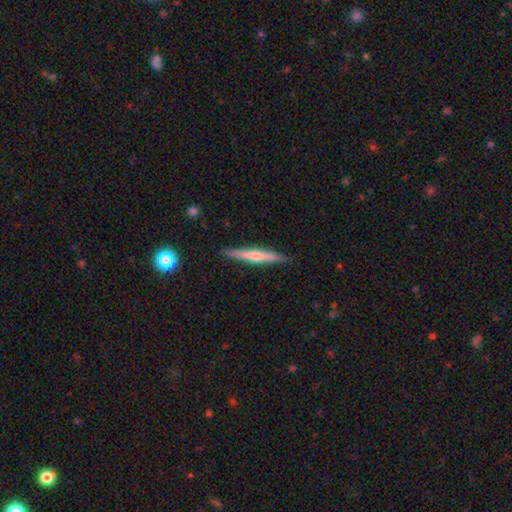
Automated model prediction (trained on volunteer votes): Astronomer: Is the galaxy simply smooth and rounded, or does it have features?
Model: featured or disk — 59% (runner-up: smooth, 36%).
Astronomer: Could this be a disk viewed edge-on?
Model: yes — 97%.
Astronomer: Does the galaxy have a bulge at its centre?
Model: rounded — 73%.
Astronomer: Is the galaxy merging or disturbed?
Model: none — 90%.